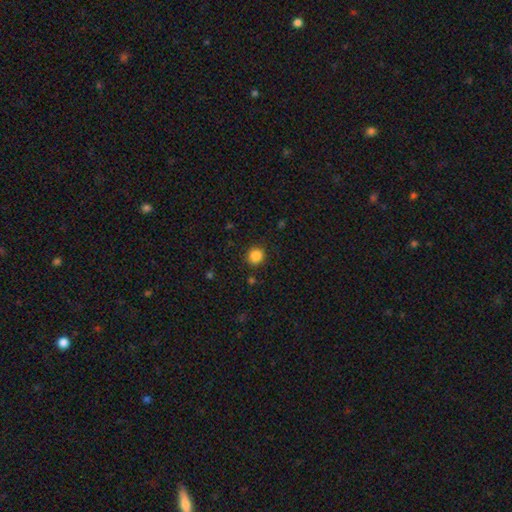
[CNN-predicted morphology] Smooth or featured?
  - smooth: 86% *
  - star or artifact: 11%
  - featured or disk: 3%
How rounded?
  - round: 88% *
  - in between: 11%
  - cigar-shaped: 1%
Merging?
  - none: 88% *
  - minor disturbance: 7%
  - major disturbance: 3%
  - merger: 2%